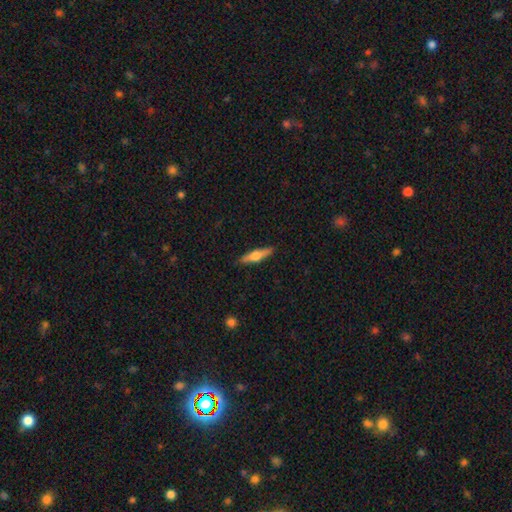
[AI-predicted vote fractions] This appears to be a featured or disk galaxy (49%). Merging: none (89%).